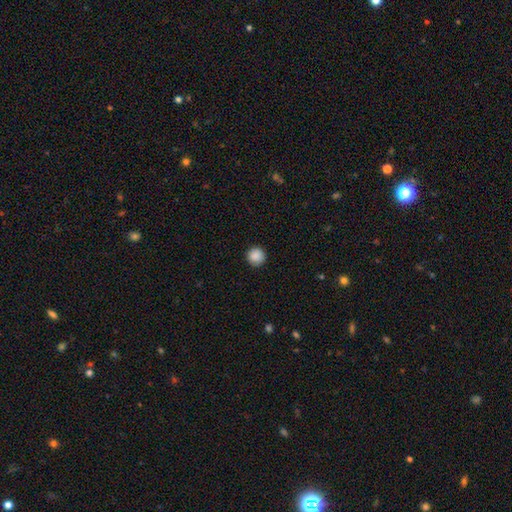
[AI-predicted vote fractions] smooth-or-featured: smooth: 89% | star or artifact: 9% | featured or disk: 3%
  how-rounded: round: 95% | in between: 4% | cigar-shaped: 1%
  merging: none: 92% | minor disturbance: 6% | major disturbance: 2% | merger: 1%